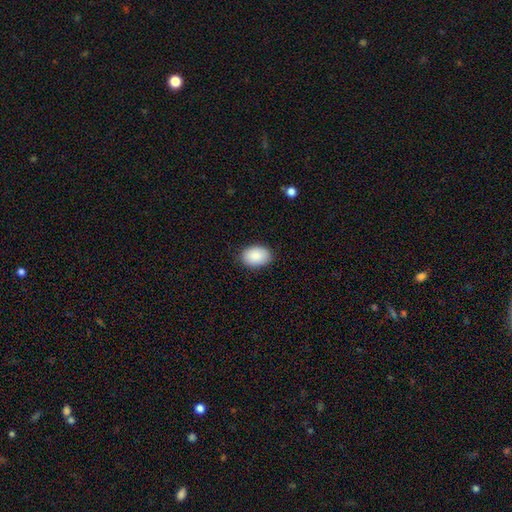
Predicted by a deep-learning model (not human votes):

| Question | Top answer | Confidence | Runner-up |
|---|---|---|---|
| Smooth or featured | smooth | 90% | star or artifact (6%) |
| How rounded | in between | 86% | round (13%) |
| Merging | none | 86% | minor disturbance (10%) |